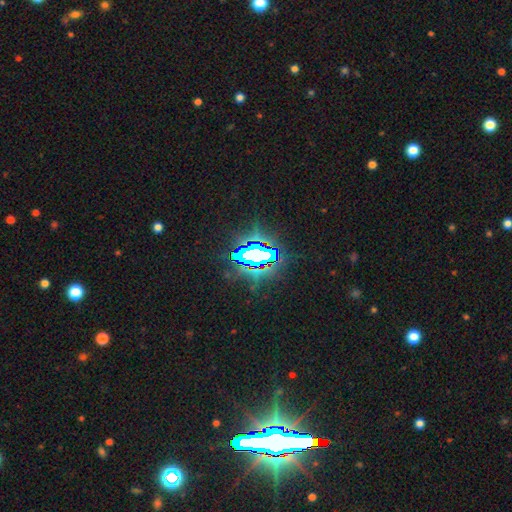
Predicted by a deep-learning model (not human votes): Morphology: type=star or artifact (73%).